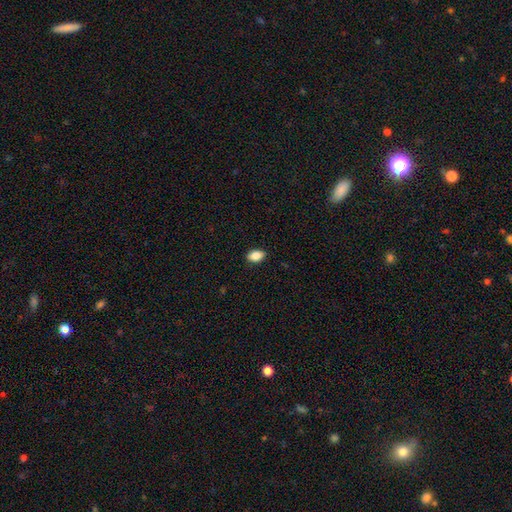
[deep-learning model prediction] Q: Smooth or featured?
A: smooth (87%); runner-up: star or artifact (8%)
Q: How rounded?
A: in between (87%); runner-up: round (11%)
Q: Merging?
A: none (89%); runner-up: minor disturbance (9%)